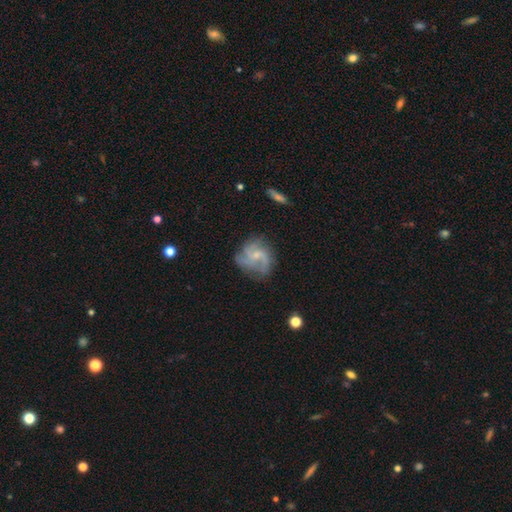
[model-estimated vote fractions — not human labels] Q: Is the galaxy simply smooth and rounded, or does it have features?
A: featured or disk — 77%.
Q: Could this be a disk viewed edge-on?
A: no — 98%.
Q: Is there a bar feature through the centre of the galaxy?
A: no — 60%.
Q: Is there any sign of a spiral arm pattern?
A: yes — 93%.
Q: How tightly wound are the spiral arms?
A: medium — 47%.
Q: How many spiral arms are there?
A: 3 — 39%.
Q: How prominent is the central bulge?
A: small — 63%.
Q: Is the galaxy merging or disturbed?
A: none — 66%.